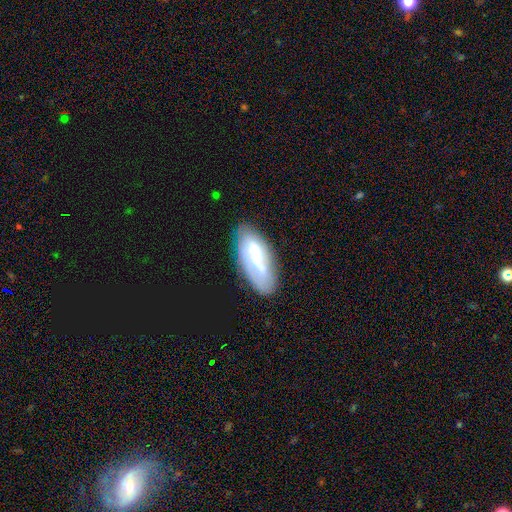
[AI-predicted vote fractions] Smooth or featured: featured or disk — 50% (smooth — 43%)
Merging: none — 62% (minor disturbance — 23%)